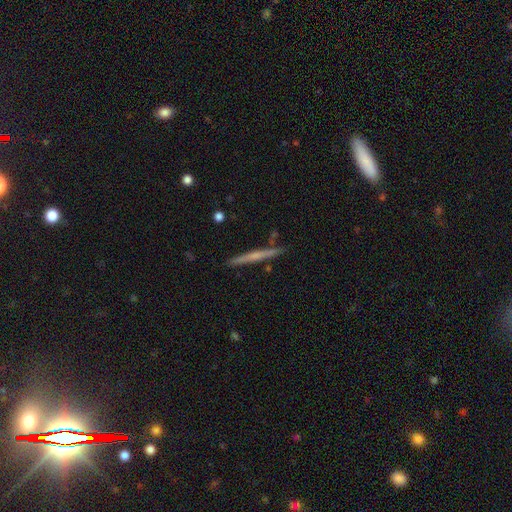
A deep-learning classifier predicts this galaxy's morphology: Smooth or featured? Predicted: featured or disk (p=0.58). Edge-on disk? Predicted: yes (p=0.97). Edge-on bulge? Predicted: none (p=0.54). Merging? Predicted: none (p=0.88).